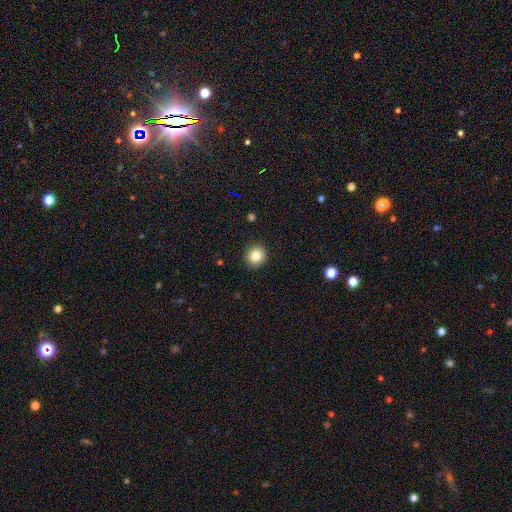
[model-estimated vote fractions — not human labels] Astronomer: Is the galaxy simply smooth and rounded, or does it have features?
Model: smooth — 83%.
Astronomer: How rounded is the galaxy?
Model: round — 92%.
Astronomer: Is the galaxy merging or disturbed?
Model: none — 92%.